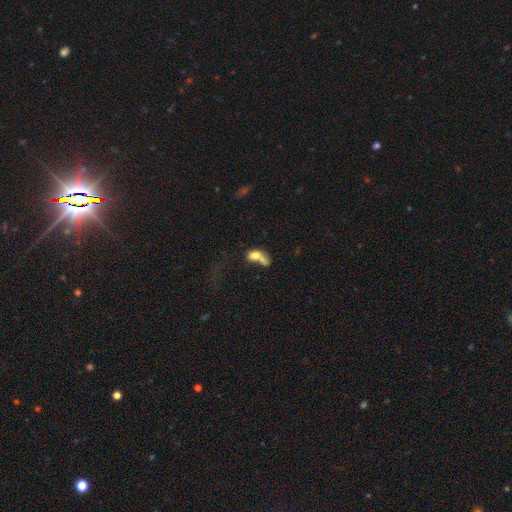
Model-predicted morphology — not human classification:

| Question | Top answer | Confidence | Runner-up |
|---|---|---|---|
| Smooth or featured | smooth | 69% | featured or disk (21%) |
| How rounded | in between | 71% | round (25%) |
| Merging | merger | 67% | none (16%) |